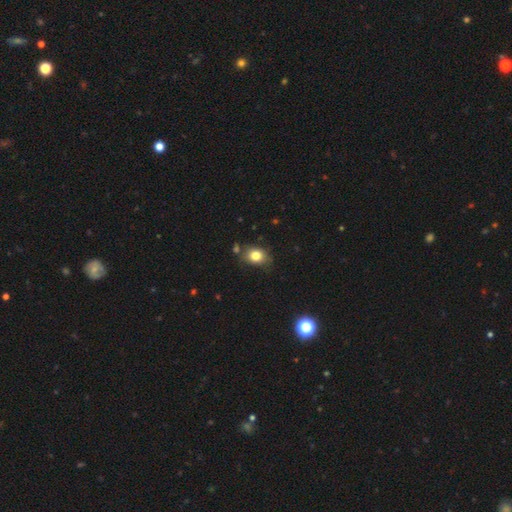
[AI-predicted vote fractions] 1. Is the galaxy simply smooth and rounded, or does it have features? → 81% smooth, 10% star or artifact, 9% featured or disk.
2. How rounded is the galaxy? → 60% in between, 39% round, 1% cigar-shaped.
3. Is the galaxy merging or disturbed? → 67% none, 22% minor disturbance, 7% merger, 5% major disturbance.